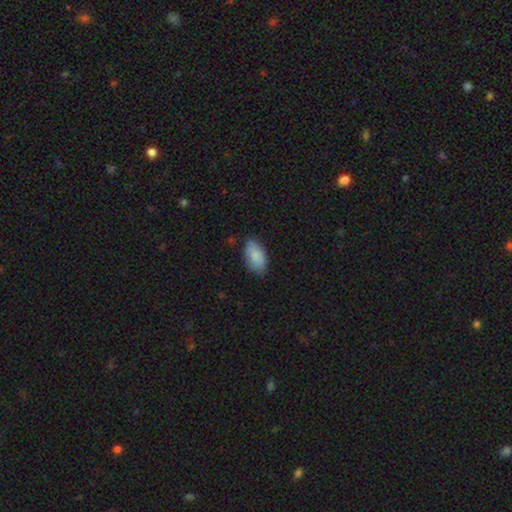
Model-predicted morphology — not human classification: Smooth or featured?
  - smooth: 86% *
  - featured or disk: 8%
  - star or artifact: 6%
How rounded?
  - in between: 94% *
  - cigar-shaped: 3%
  - round: 3%
Merging?
  - none: 77% *
  - minor disturbance: 19%
  - major disturbance: 3%
  - merger: 1%